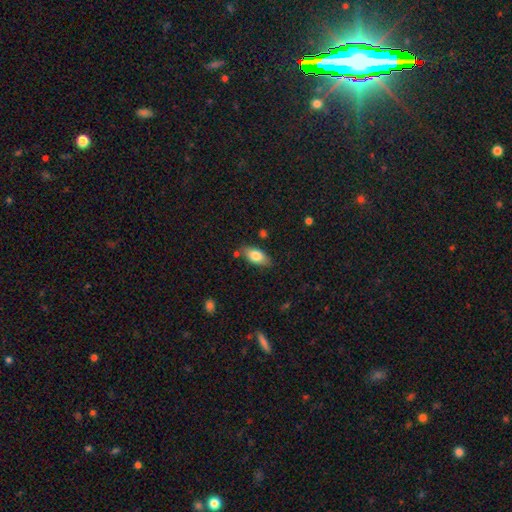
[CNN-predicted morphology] type=smooth (78%); roundness=in between (88%); merging=none (79%).